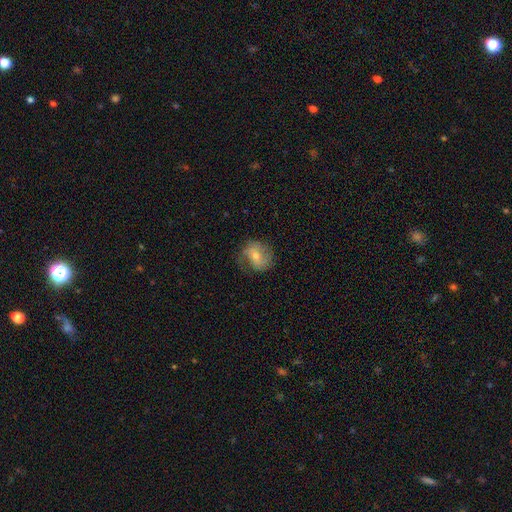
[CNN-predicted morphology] A featured or disk galaxy (53%) with no bar (49%), spiral arms (81%) and a moderate central bulge (50%). Merging: none (66%).